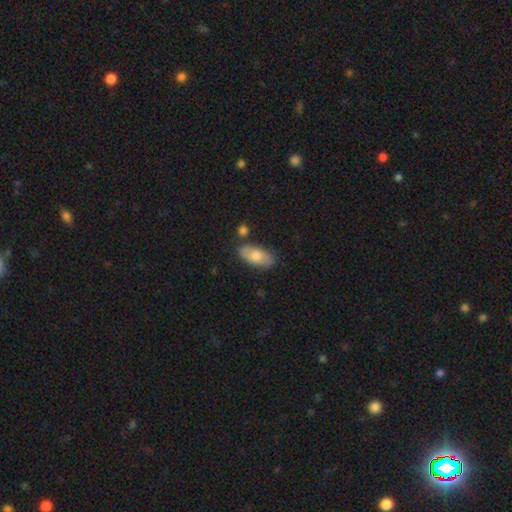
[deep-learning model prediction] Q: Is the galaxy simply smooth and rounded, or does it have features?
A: smooth — 74%.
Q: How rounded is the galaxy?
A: in between — 90%.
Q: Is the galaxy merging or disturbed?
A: none — 78%.